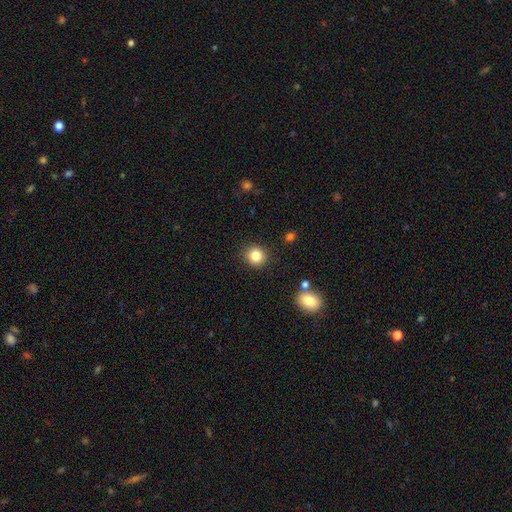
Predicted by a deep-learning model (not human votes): The model was most divided on "smooth or featured": smooth: 84%, star or artifact: 11%, featured or disk: 5%. More confident: merging — none (89%); how rounded — round (87%).